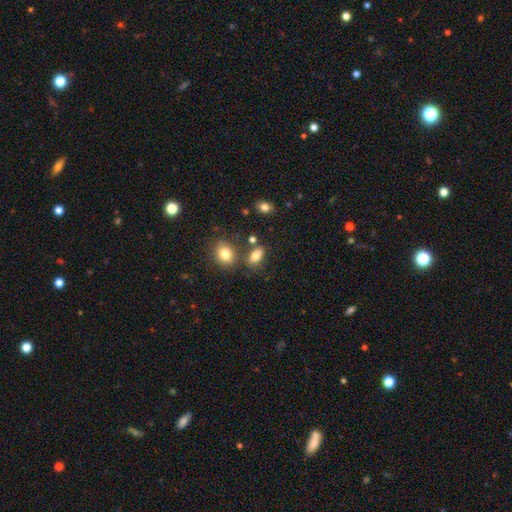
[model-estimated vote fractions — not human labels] Smooth or featured?
  - smooth: 81% *
  - star or artifact: 10%
  - featured or disk: 9%
How rounded?
  - in between: 86% *
  - round: 10%
  - cigar-shaped: 5%
Merging?
  - none: 70% *
  - minor disturbance: 13%
  - merger: 13%
  - major disturbance: 4%